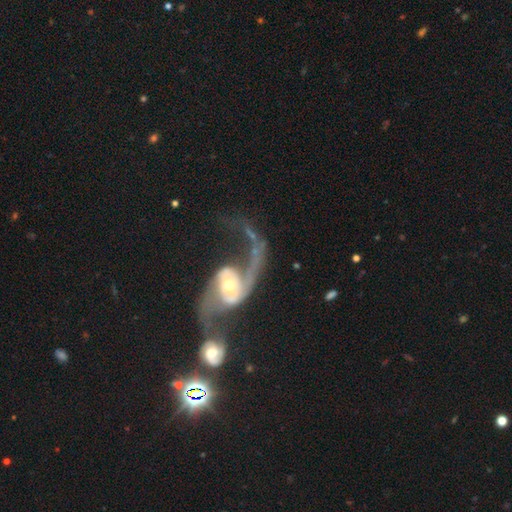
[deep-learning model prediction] Smooth or featured? Predicted: featured or disk (p=0.88). Edge-on disk? Predicted: no (p=0.97). Bar? Predicted: no (p=0.55). Spiral arms? Predicted: yes (p=0.95). Spiral winding? Predicted: loose (p=0.63). Spiral arm count? Predicted: 2 (p=0.87). Bulge size? Predicted: moderate (p=0.51). Merging? Predicted: none (p=0.35).